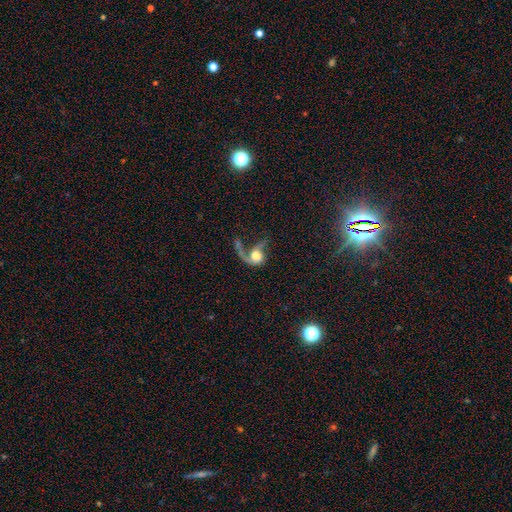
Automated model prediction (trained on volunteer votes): Q: Smooth or featured?
A: featured or disk (67%); runner-up: smooth (24%)
Q: Edge-on disk?
A: no (97%); runner-up: yes (3%)
Q: Bar?
A: no (70%); runner-up: weak (23%)
Q: Spiral arms?
A: yes (83%); runner-up: no (17%)
Q: Spiral winding?
A: loose (77%); runner-up: medium (18%)
Q: Spiral arm count?
A: 1 (66%); runner-up: 2 (27%)
Q: Bulge size?
A: moderate (45%); runner-up: large (35%)
Q: Merging?
A: major disturbance (44%); runner-up: none (25%)